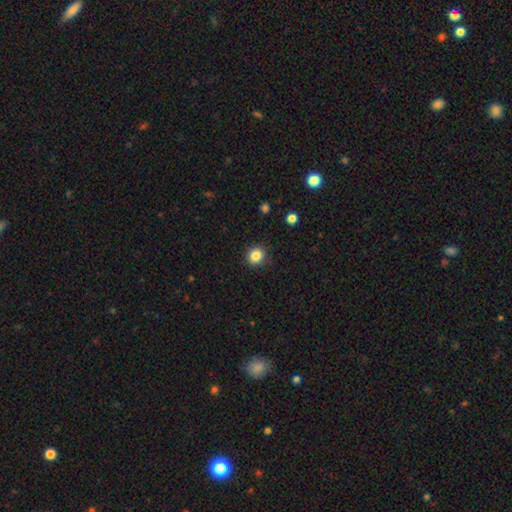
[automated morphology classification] Overall: smooth (85%). How rounded: round (88%). Merging: none (89%).